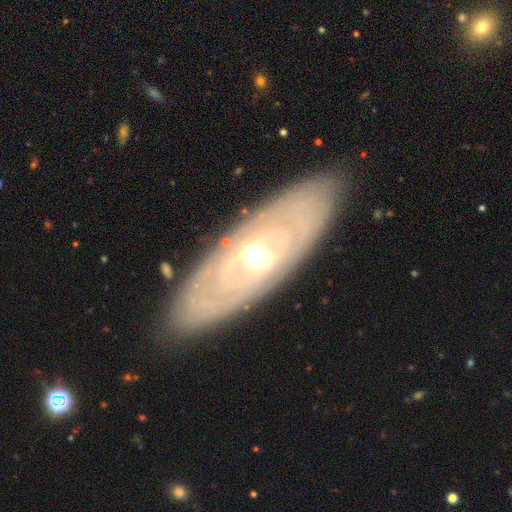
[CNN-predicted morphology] smooth-or-featured: featured or disk: 77% | smooth: 17% | star or artifact: 6%
  disk-edge-on: no: 78% | yes: 22%
    bar: no: 51% | weak: 34% | strong: 15%
    has-spiral-arms: yes: 60% | no: 40%
    bulge-size: moderate: 65% | small: 26% | large: 7% | dominant: 1% | none: 1%
  merging: none: 86% | minor disturbance: 10% | major disturbance: 3% | merger: 1%